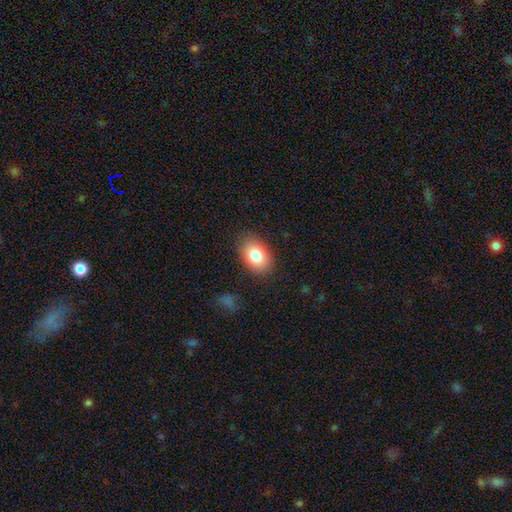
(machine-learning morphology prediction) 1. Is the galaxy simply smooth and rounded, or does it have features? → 84% smooth, 9% featured or disk, 8% star or artifact.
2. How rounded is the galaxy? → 86% in between, 13% round, 1% cigar-shaped.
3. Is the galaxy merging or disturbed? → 86% none, 10% minor disturbance, 3% major disturbance, 1% merger.